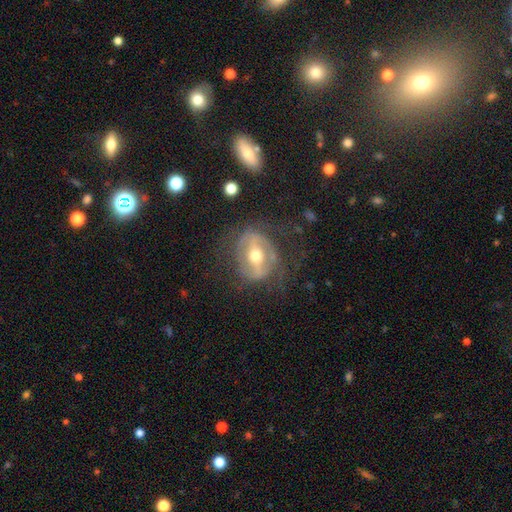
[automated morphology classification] Overall: featured or disk (79%). Edge-on disk: no (92%). Bar: strong (60%; weak 27%). Spiral arms: yes (61%; no 39%). Bulge size: moderate (71%). Merging: none (62%).